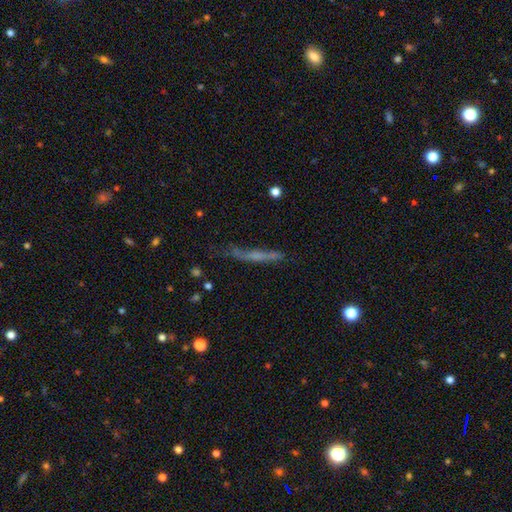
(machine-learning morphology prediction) This appears to be a featured or disk galaxy (46%). Merging: none (60%).